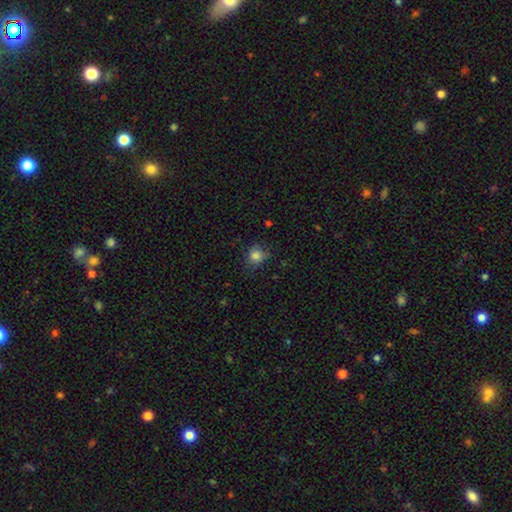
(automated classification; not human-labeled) Morphology: type=smooth (82%); roundness=round (75%); merging=none (69%).